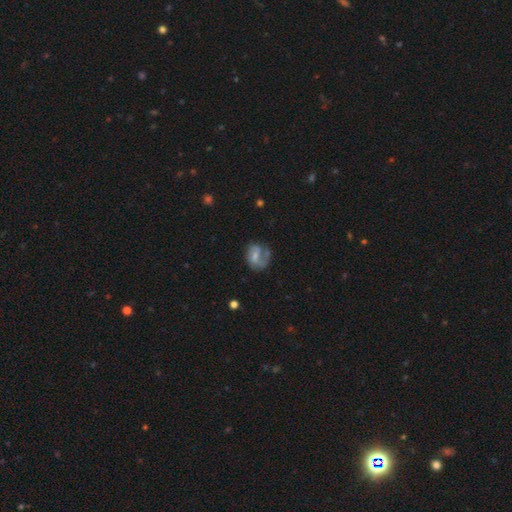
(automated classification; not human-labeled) Smooth or featured?
  - featured or disk: 54% *
  - smooth: 38%
  - star or artifact: 8%
Edge-on disk?
  - no: 97% *
  - yes: 3%
Bar?
  - weak: 44% *
  - no: 42%
  - strong: 13%
Spiral arms?
  - yes: 72% *
  - no: 28%
Bulge size?
  - small: 44% *
  - moderate: 29%
  - none: 22%
  - large: 4%
  - dominant: 1%
Merging?
  - none: 43% *
  - major disturbance: 27%
  - minor disturbance: 24%
  - merger: 5%